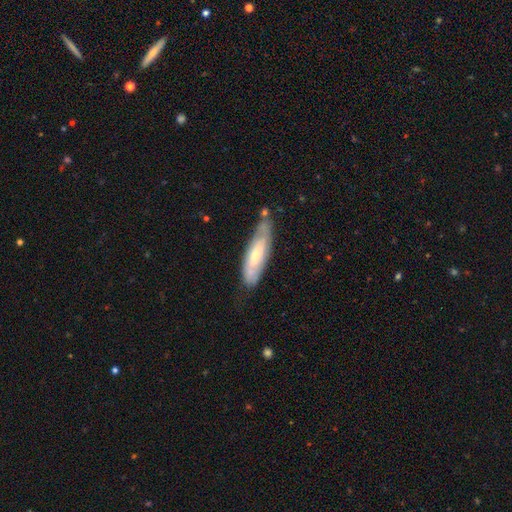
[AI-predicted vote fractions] A featured or disk galaxy (53%).

Vote fractions:
- Smooth or featured? featured or disk: 53% / smooth: 41% / star or artifact: 6%
- Edge-on disk? no: 69% / yes: 31%
- Merging? none: 60% / minor disturbance: 26% / major disturbance: 7% / merger: 6%